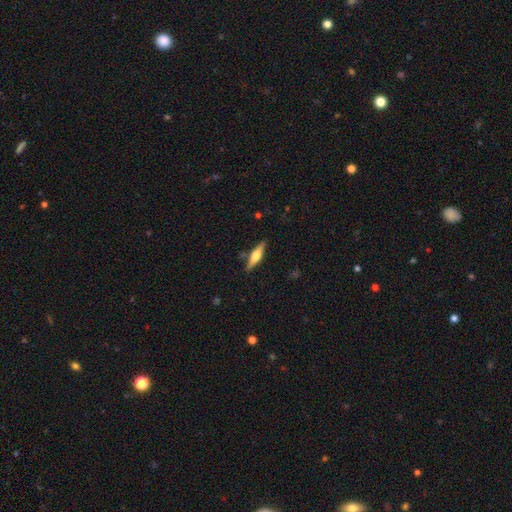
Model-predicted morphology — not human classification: Smooth or featured? featured or disk (50%)
Merging? none (84%)